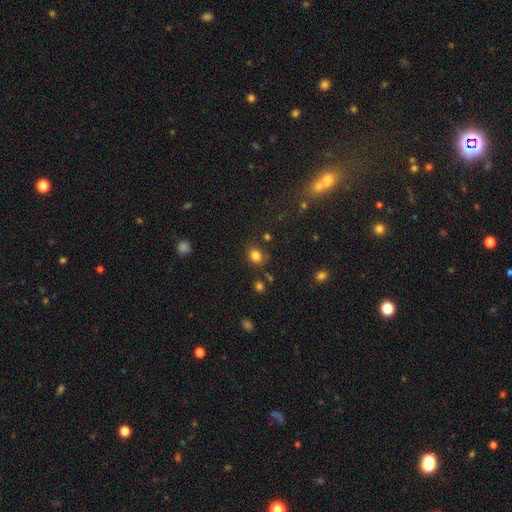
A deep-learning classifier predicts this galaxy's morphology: type=smooth (82%); roundness=round (56%); merging=none (77%).